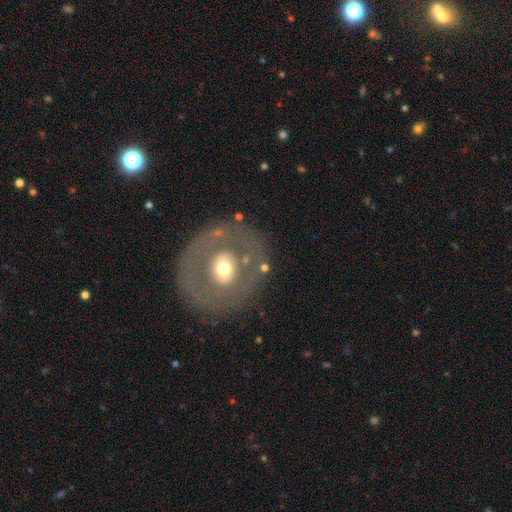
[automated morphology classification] A featured or disk galaxy (56%) with no bar (74%), no spiral arms (82%) and a moderate central bulge (65%).

Vote fractions:
- Smooth or featured? featured or disk: 56% / smooth: 35% / star or artifact: 9%
- Edge-on disk? no: 94% / yes: 6%
- Bar? no: 74% / weak: 18% / strong: 8%
- Spiral arms? no: 82% / yes: 18%
- Bulge size? moderate: 65% / small: 23% / large: 9% / dominant: 2% / none: 1%
- Merging? none: 77% / minor disturbance: 13% / major disturbance: 7% / merger: 3%